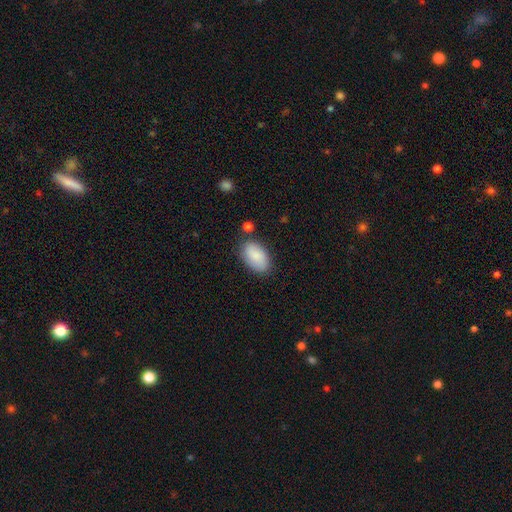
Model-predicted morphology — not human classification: A smooth galaxy with no disk features (85%) that is in between round and cigar-shaped (94%).

Vote fractions:
- Smooth or featured? smooth: 85% / featured or disk: 9% / star or artifact: 6%
- How rounded? in between: 94% / round: 5% / cigar-shaped: 2%
- Merging? none: 75% / minor disturbance: 16% / merger: 4% / major disturbance: 4%